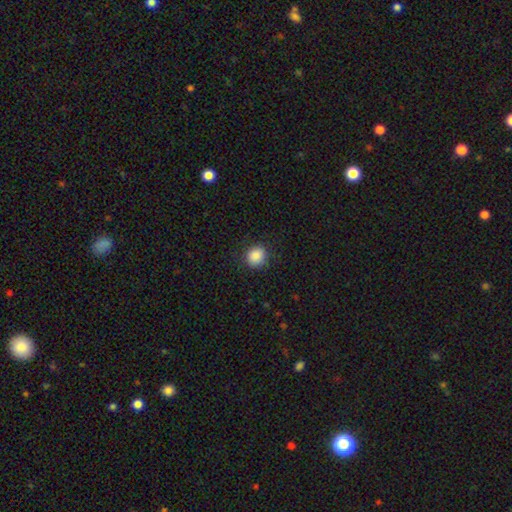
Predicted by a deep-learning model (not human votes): smooth_or_featured: smooth (p=0.88) [alt: star or artifact p=0.09]
how_rounded: round (p=0.81) [alt: in between p=0.18]
merging: none (p=0.86) [alt: minor disturbance p=0.10]